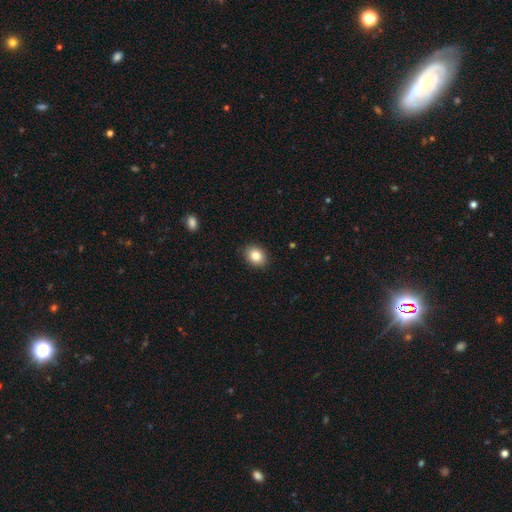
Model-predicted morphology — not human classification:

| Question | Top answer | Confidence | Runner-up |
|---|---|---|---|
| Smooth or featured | smooth | 85% | star or artifact (9%) |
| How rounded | in between | 51% | round (48%) |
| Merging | none | 88% | minor disturbance (9%) |